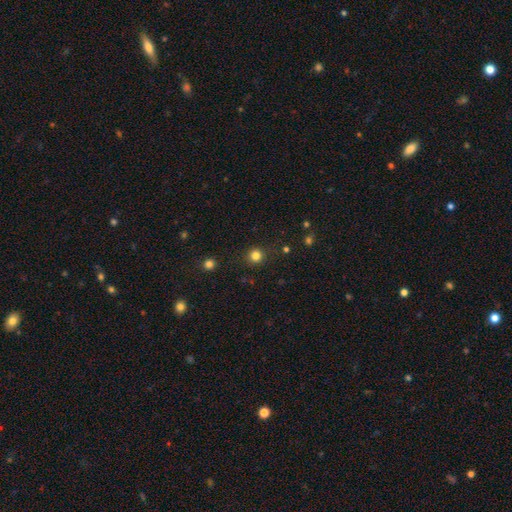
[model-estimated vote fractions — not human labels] smooth_or_featured: smooth (p=0.81) [alt: star or artifact p=0.14]
how_rounded: round (p=0.94) [alt: in between p=0.05]
merging: none (p=0.89) [alt: minor disturbance p=0.07]